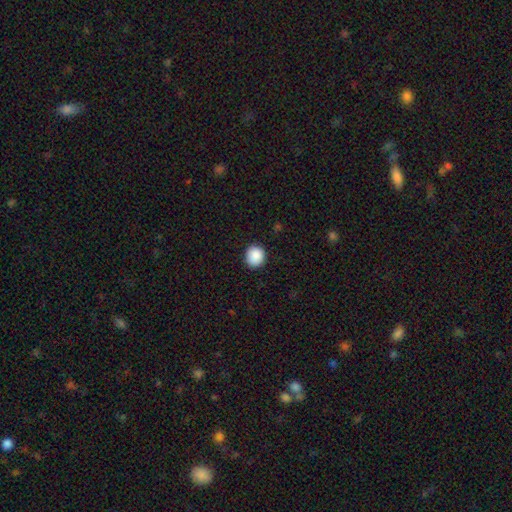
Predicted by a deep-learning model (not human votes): Q: Smooth or featured?
A: smooth (89%); runner-up: star or artifact (8%)
Q: How rounded?
A: round (87%); runner-up: in between (12%)
Q: Merging?
A: none (90%); runner-up: minor disturbance (7%)